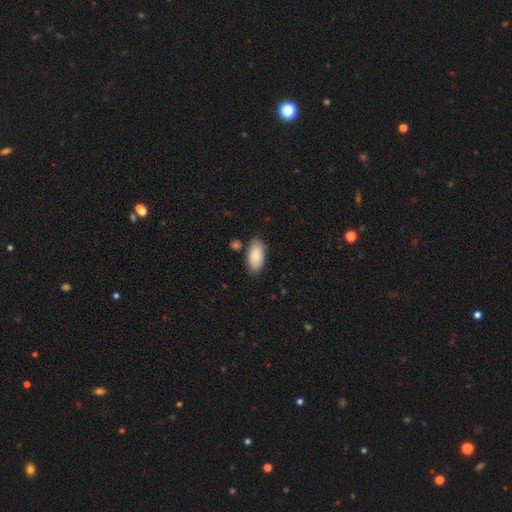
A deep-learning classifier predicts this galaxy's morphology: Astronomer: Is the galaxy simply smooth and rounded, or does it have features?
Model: smooth — 85%.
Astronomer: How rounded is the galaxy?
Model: in between — 95%.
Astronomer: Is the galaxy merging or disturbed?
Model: none — 79%.